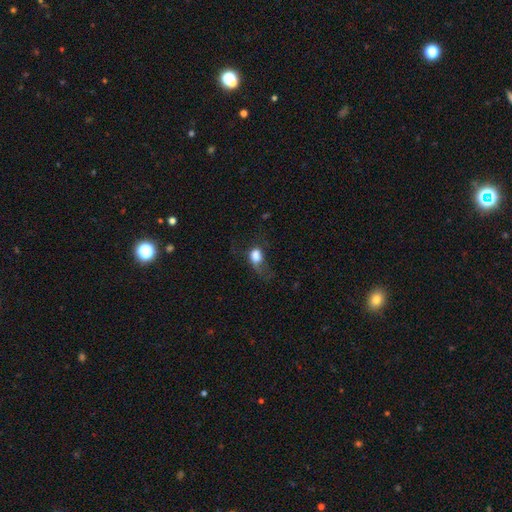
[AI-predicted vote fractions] This appears to be a smooth galaxy with no disk features (73%) that is in between round and cigar-shaped (66%). Merging: major disturbance (46%).